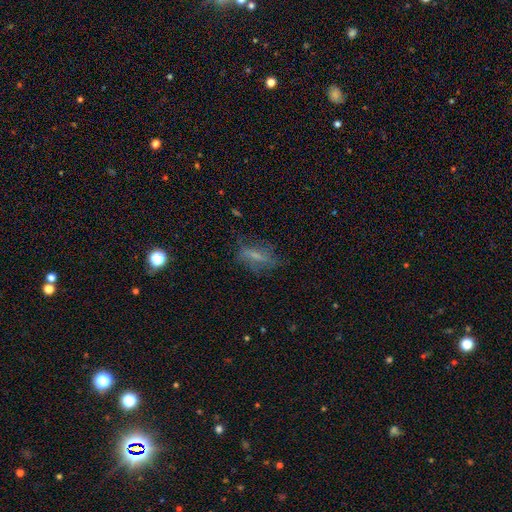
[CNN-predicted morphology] This appears to be a featured or disk galaxy (43%, tied with smooth). Merging: none (62%).